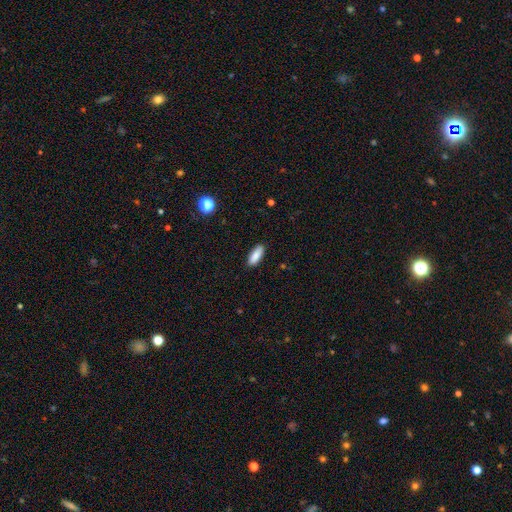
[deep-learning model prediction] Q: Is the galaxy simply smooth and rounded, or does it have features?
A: smooth — 86%.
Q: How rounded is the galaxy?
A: in between — 69%.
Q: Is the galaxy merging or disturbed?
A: none — 89%.